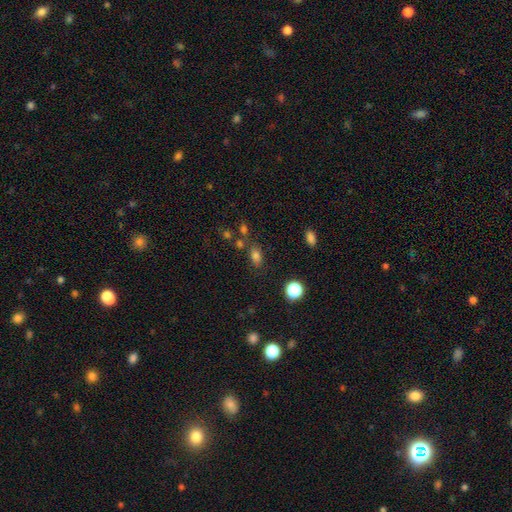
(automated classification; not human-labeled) This is likely a smooth galaxy (76%). How rounded: likely in between (79%). Merging: likely none (71%).